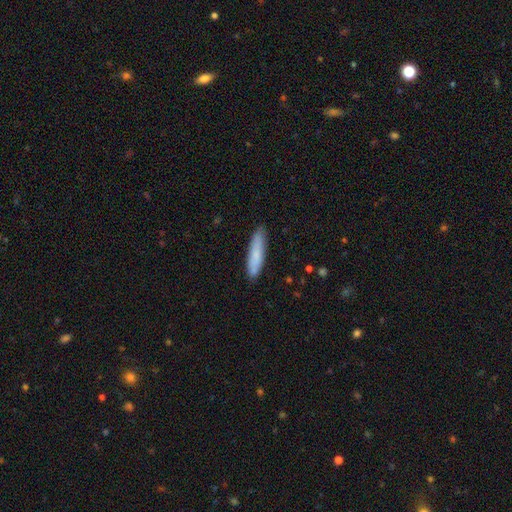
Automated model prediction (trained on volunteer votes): Smooth or featured? Predicted: smooth (p=0.80). How rounded? Predicted: cigar-shaped (p=0.82). Merging? Predicted: none (p=0.87).